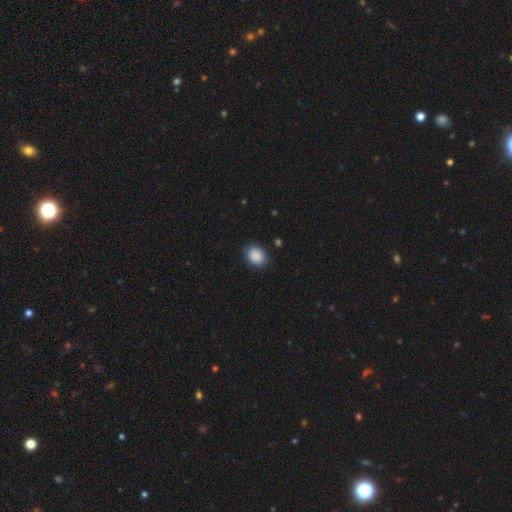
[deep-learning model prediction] The model was most divided on "how rounded": round: 53%, in between: 46%, cigar-shaped: 1%. More confident: smooth or featured — smooth (89%); merging — none (86%).